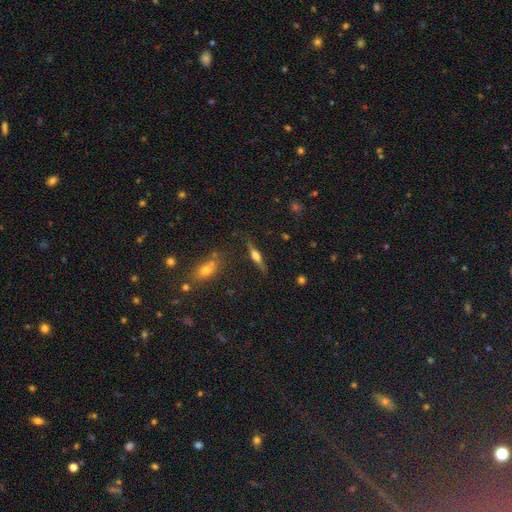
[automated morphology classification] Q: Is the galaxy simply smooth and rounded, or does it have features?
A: featured or disk — 59%.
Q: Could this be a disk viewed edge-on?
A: yes — 95%.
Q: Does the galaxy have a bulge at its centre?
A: rounded — 83%.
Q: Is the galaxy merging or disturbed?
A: none — 80%.